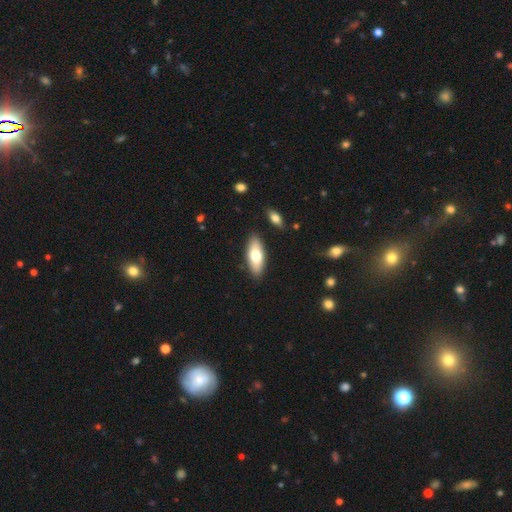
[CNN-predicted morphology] type=smooth (70%); roundness=in between (77%); merging=none (88%).